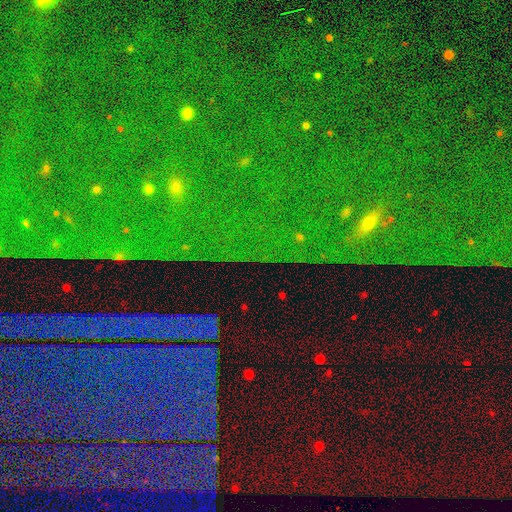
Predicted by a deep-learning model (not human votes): smooth-or-featured: star or artifact: 85% | featured or disk: 8% | smooth: 8%